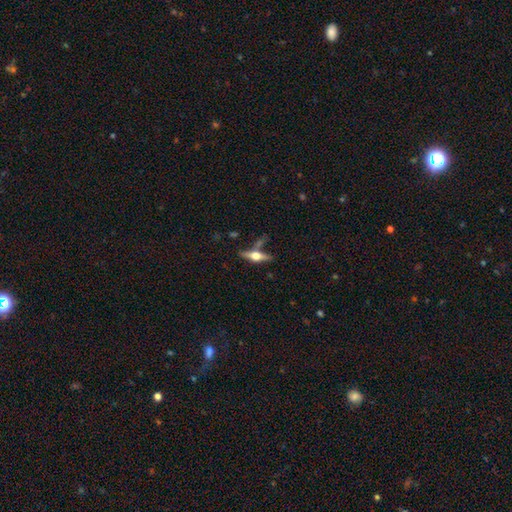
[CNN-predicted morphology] type=featured or disk (64%); edge-on=yes (95%); edge-on bulge=rounded (95%); merging=none (67%).